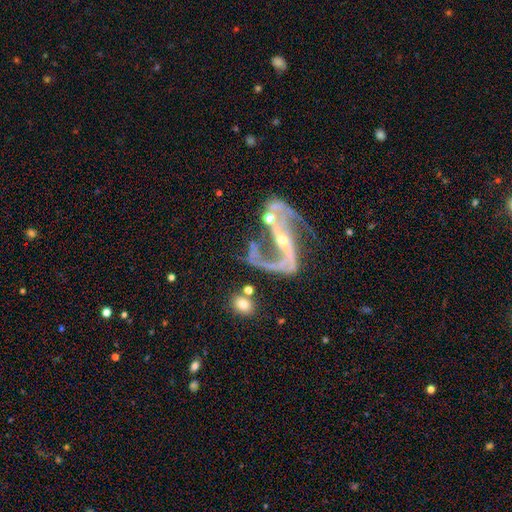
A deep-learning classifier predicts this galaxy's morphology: smooth-or-featured: featured or disk: 91% | star or artifact: 6% | smooth: 3%
  disk-edge-on: no: 97% | yes: 3%
    bar: strong: 41% | no: 30% | weak: 28%
    has-spiral-arms: yes: 96% | no: 4%
      spiral-winding: loose: 70% | medium: 24% | tight: 6%
      spiral-arm-count: 2: 91% | 1: 3% | can't tell: 2% | 3: 2% | 4: 1% | more than 4: 1%
    bulge-size: small: 68% | moderate: 27% | none: 2% | large: 1% | dominant: 1%
  merging: none: 45% | major disturbance: 22% | minor disturbance: 19% | merger: 15%